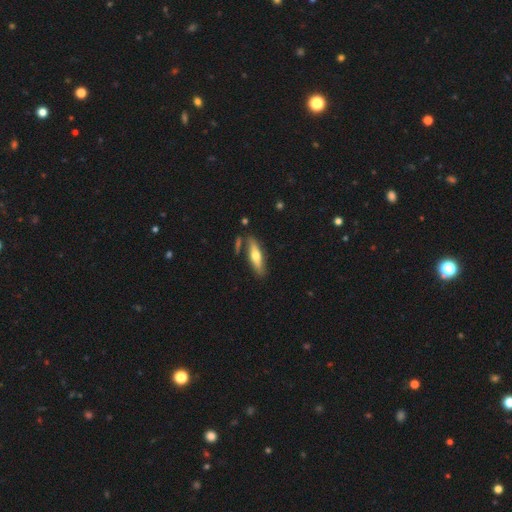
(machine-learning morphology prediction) smooth 50%, featured or disk 44%, star or artifact 6%. Down the decision tree: how rounded — cigar-shaped (67%); merging — none (78%).